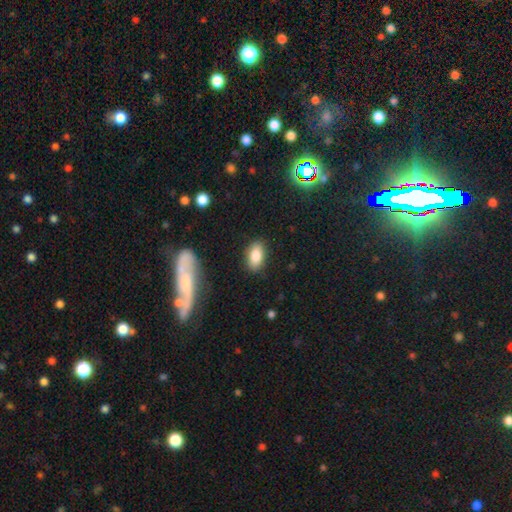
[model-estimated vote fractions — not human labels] Overall: smooth (83%). How rounded: in between (90%). Merging: none (85%).